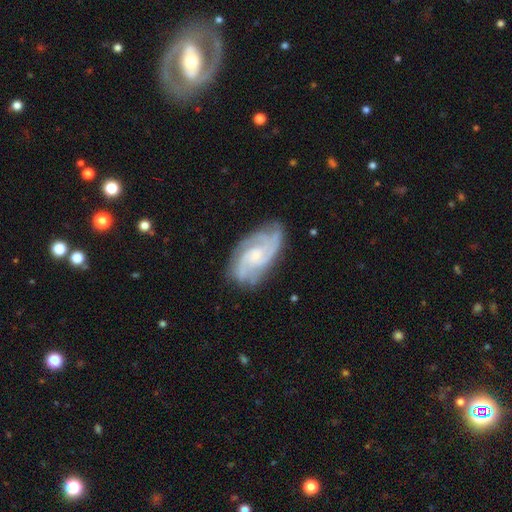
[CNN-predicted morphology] Overall: featured or disk (86%). Edge-on disk: no (96%). Bar: no (61%; weak 33%). Spiral arms: yes (97%). Spiral arm count: 3 (41%; 2 22%). Spiral winding: tight (49%; medium 42%). Bulge size: small (49%; moderate 36%). Merging: none (75%).